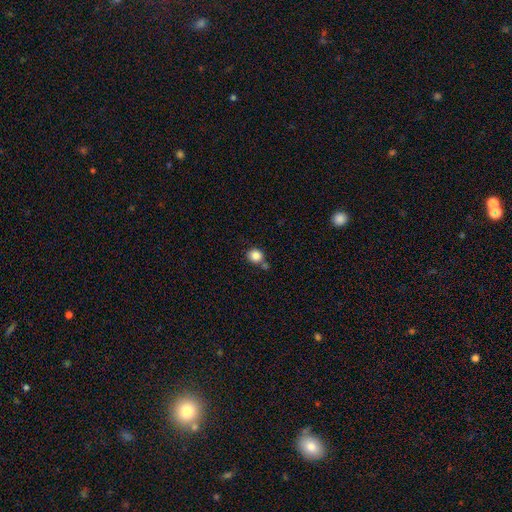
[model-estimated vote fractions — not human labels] Smooth or featured: smooth — 85% (star or artifact — 10%)
How rounded: round — 83% (in between — 16%)
Merging: none — 63% (merger — 18%)